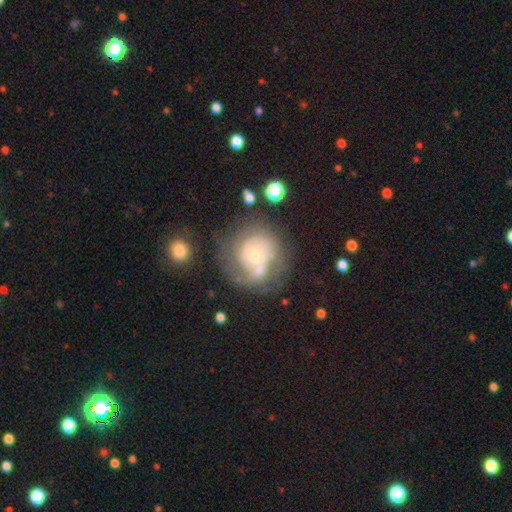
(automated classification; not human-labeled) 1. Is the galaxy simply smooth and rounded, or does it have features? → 72% featured or disk, 20% smooth, 7% star or artifact.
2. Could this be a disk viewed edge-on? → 98% no, 2% yes.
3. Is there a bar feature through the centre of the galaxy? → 71% no, 24% weak, 5% strong.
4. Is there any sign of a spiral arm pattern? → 82% yes, 18% no.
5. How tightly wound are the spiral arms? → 53% tight, 34% medium, 13% loose.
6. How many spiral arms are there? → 38% 2, 34% can't tell, 13% 3, 7% 1, 4% 4, 3% more than 4.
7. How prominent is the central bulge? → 60% small, 31% moderate, 4% large, 3% none, 1% dominant.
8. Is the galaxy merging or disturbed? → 56% none, 19% minor disturbance, 14% major disturbance, 11% merger.